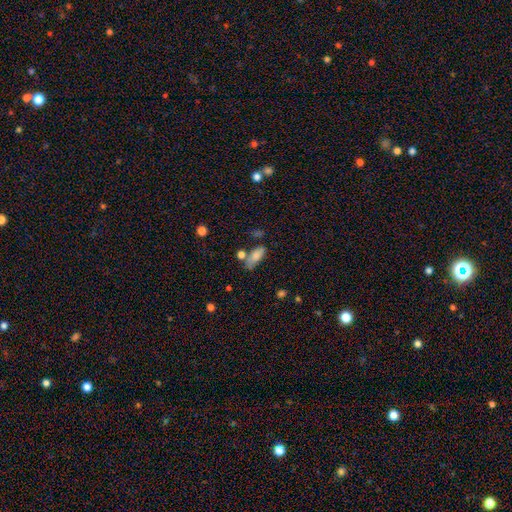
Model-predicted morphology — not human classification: Smooth or featured? Predicted: smooth (p=0.79). How rounded? Predicted: in between (p=0.79). Merging? Predicted: none (p=0.48).